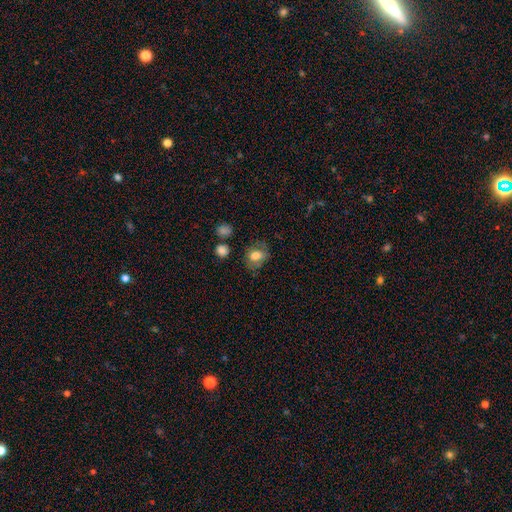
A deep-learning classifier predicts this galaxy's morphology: A smooth galaxy with no disk features (70%) that is in between round and cigar-shaped (57%).

Vote fractions:
- Smooth or featured? smooth: 70% / featured or disk: 21% / star or artifact: 9%
- How rounded? in between: 57% / round: 42% / cigar-shaped: 1%
- Merging? none: 69% / minor disturbance: 19% / major disturbance: 8% / merger: 3%